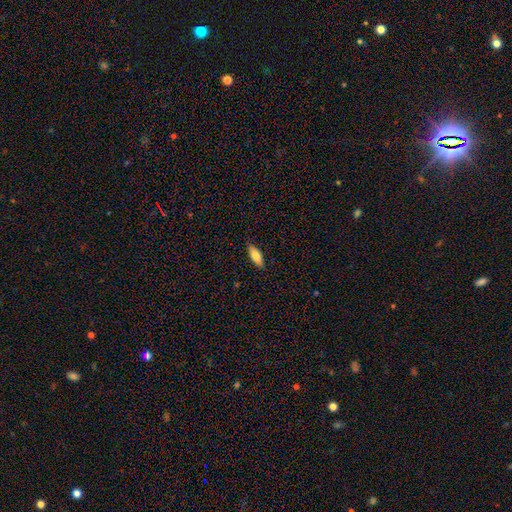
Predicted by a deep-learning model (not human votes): Overall: smooth (78%). How rounded: in between (70%). Merging: none (88%).